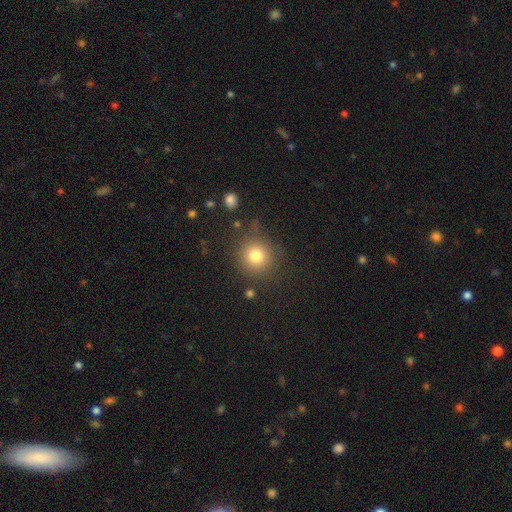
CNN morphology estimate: smooth_or_featured: smooth (p=0.79) [alt: star or artifact p=0.12]
how_rounded: round (p=0.92) [alt: in between p=0.07]
merging: none (p=0.81) [alt: minor disturbance p=0.11]